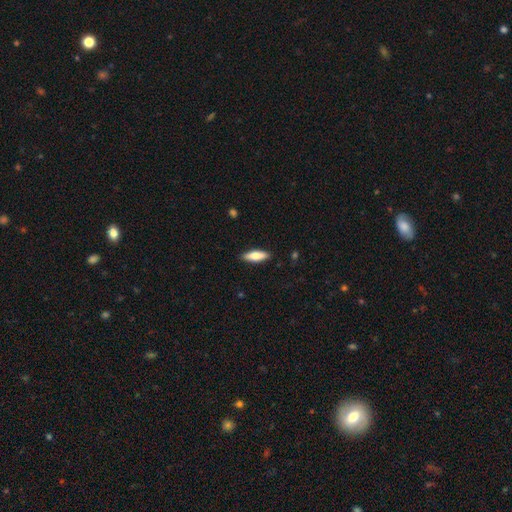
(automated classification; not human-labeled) smooth-or-featured: smooth: 74% | featured or disk: 20% | star or artifact: 6%
  how-rounded: cigar-shaped: 50% | in between: 48% | round: 2%
  merging: none: 88% | minor disturbance: 9% | major disturbance: 2% | merger: 1%